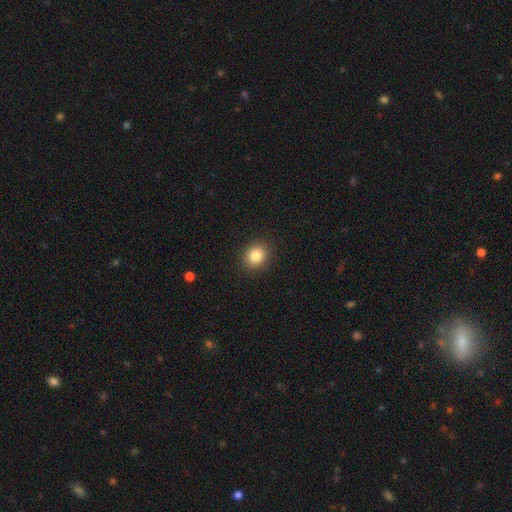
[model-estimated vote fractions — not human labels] The model was most divided on "how rounded": round: 66%, in between: 33%, cigar-shaped: 1%. More confident: merging — none (90%); smooth or featured — smooth (84%).